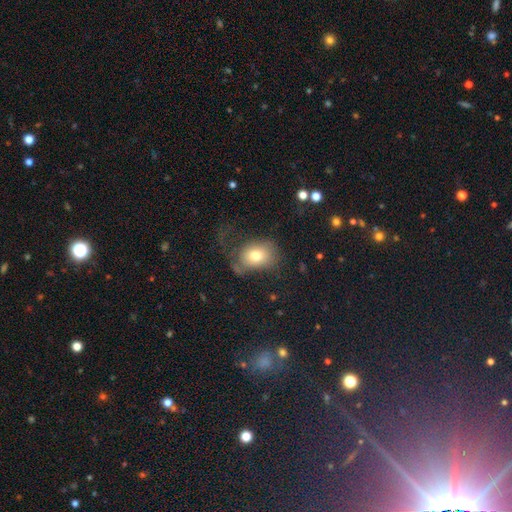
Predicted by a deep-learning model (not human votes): Q: Smooth or featured?
A: smooth (71%); runner-up: featured or disk (19%)
Q: How rounded?
A: in between (56%); runner-up: round (43%)
Q: Merging?
A: major disturbance (38%); runner-up: none (37%)